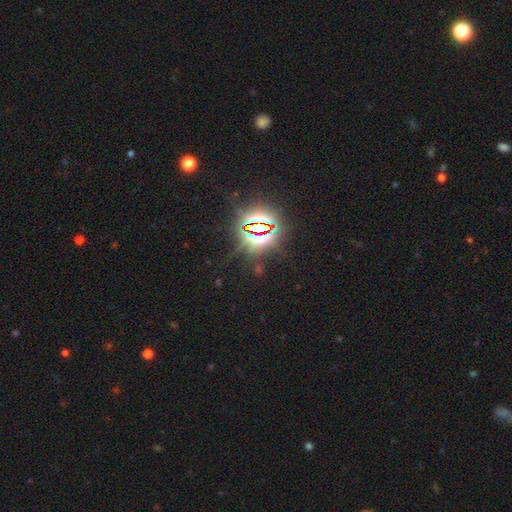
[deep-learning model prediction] Smooth or featured: star or artifact — 84% (smooth — 9%)